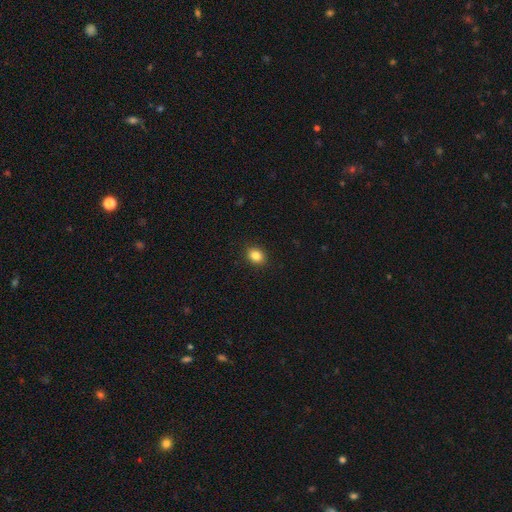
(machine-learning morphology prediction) Smooth or featured? Predicted: smooth (p=0.85). How rounded? Predicted: round (p=0.51). Merging? Predicted: none (p=0.91).